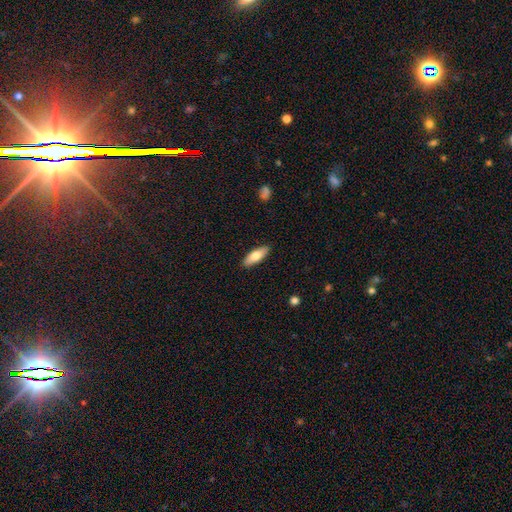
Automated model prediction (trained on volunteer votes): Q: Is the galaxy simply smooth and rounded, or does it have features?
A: smooth — 74%.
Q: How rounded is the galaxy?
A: in between — 66%.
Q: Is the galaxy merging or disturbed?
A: none — 89%.